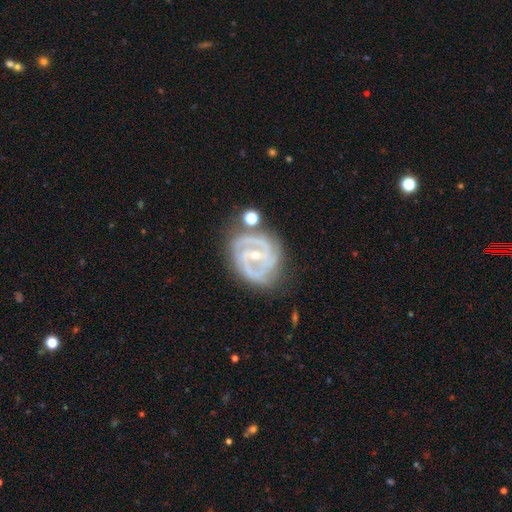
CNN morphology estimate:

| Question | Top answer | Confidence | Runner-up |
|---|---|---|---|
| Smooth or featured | featured or disk | 89% | star or artifact (5%) |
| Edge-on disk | no | 97% | yes (3%) |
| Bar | weak | 39% | strong (37%) |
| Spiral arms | yes | 96% | no (4%) |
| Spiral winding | tight | 51% | medium (41%) |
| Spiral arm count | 2 | 58% | 3 (23%) |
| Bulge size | small | 65% | moderate (33%) |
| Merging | none | 63% | minor disturbance (22%) |